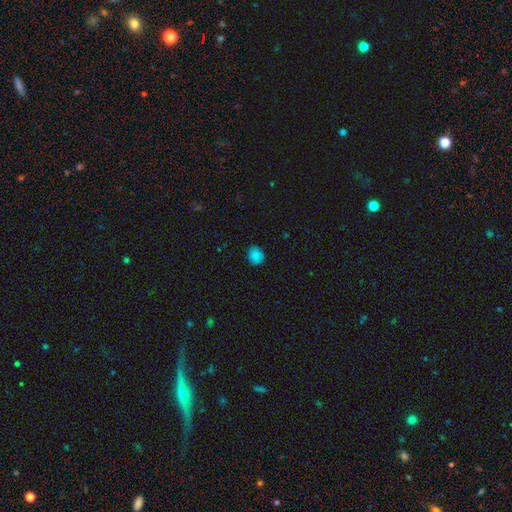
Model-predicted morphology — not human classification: Overall: smooth (85%). How rounded: round (70%). Merging: none (89%).